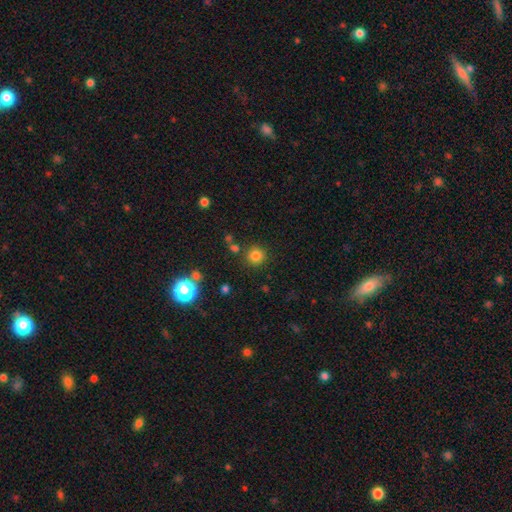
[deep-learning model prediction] Smooth or featured?
  - smooth: 80% *
  - star or artifact: 15%
  - featured or disk: 5%
How rounded?
  - round: 93% *
  - in between: 6%
  - cigar-shaped: 1%
Merging?
  - none: 84% *
  - minor disturbance: 8%
  - merger: 5%
  - major disturbance: 3%